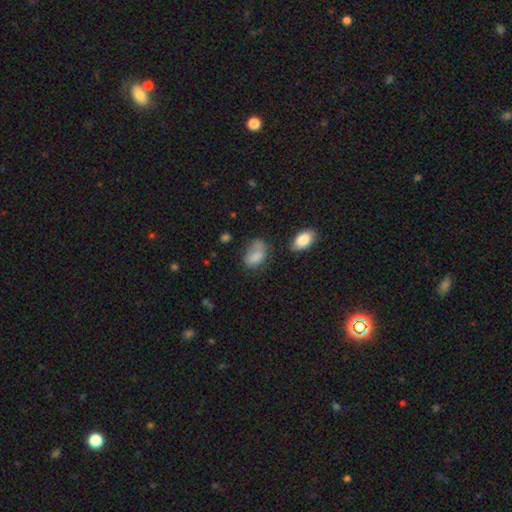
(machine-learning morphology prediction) A smooth galaxy with no disk features (79%) that is in between round and cigar-shaped (86%).

Vote fractions:
- Smooth or featured? smooth: 79% / featured or disk: 12% / star or artifact: 9%
- How rounded? in between: 86% / round: 13% / cigar-shaped: 1%
- Merging? none: 41% / minor disturbance: 32% / major disturbance: 18% / merger: 9%